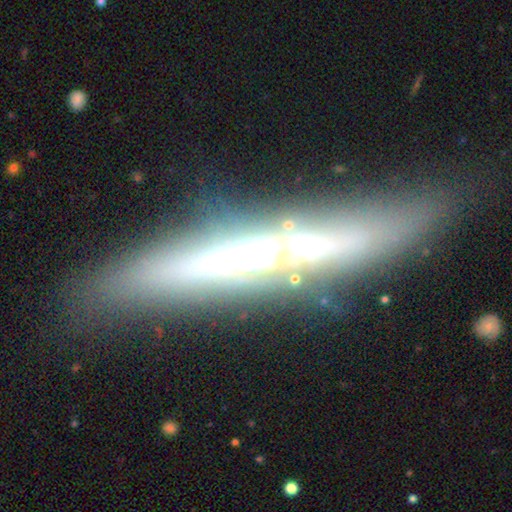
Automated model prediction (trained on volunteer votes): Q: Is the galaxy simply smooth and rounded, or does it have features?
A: featured or disk — 72%.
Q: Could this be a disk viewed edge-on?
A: yes — 88%.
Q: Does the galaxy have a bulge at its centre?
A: rounded — 70%.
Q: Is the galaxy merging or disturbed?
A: none — 78%.